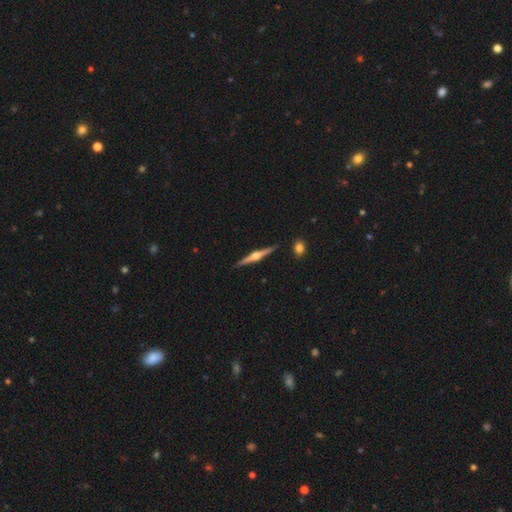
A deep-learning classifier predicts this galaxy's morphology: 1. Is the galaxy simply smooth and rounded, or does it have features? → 82% featured or disk, 13% smooth, 5% star or artifact.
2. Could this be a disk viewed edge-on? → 99% yes, 1% no.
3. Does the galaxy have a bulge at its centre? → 95% rounded, 3% boxy, 2% none.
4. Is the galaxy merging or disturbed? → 90% none, 6% minor disturbance, 2% merger, 1% major disturbance.